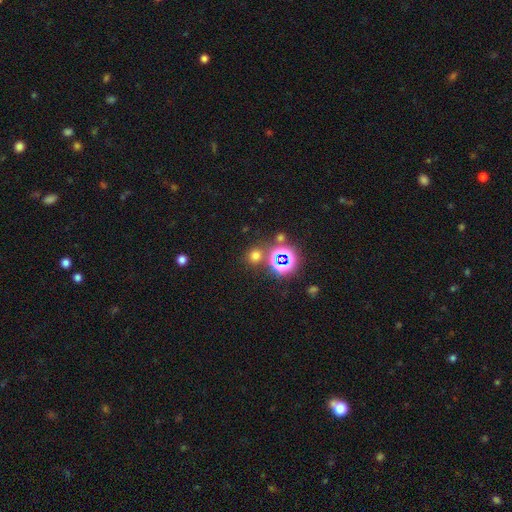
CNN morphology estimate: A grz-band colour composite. It shows a smooth galaxy with no disk features (62%) that is round (87%). Merging: none (80%).